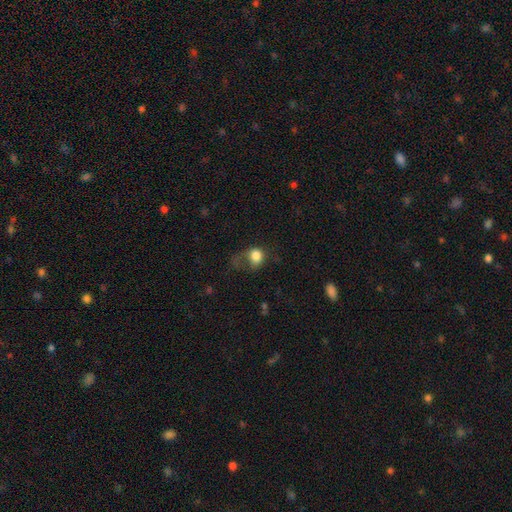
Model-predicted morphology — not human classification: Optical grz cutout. It shows a smooth galaxy with no disk features (78%) that is round (61%). Merging: major disturbance (51%).